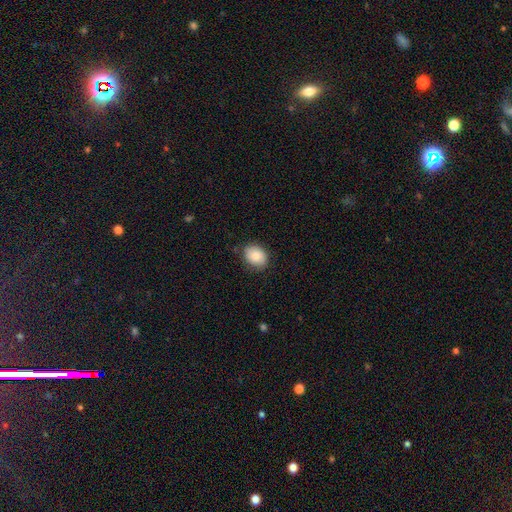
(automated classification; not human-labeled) The model was most divided on "how rounded": round: 51%, in between: 48%, cigar-shaped: 1%. More confident: smooth or featured — smooth (83%); merging — none (79%).